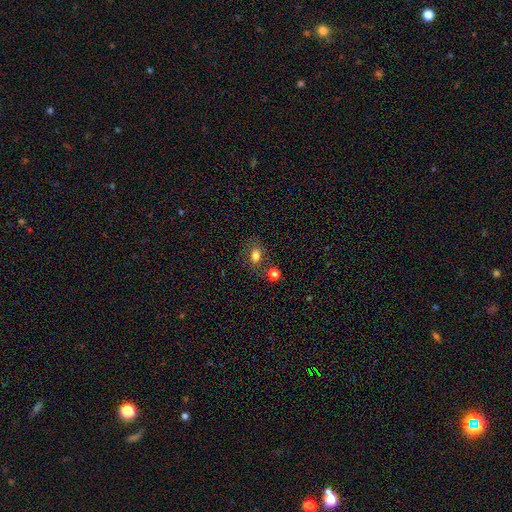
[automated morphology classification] Smooth or featured: smooth — 76% (star or artifact — 13%)
How rounded: in between — 71% (round — 28%)
Merging: none — 64% (minor disturbance — 16%)